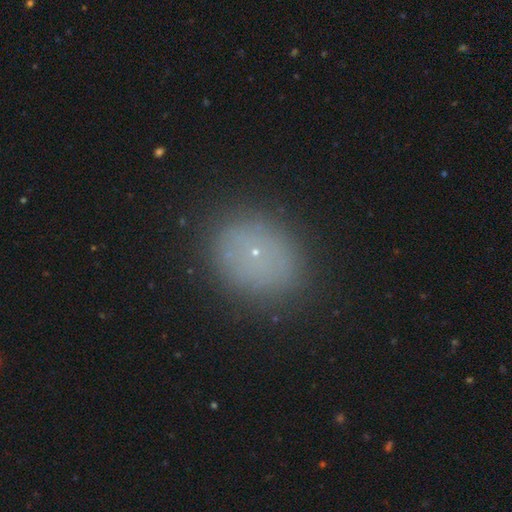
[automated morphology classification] This is likely a smooth galaxy (65%). How rounded: possibly round (59%). Merging: clearly none (86%).